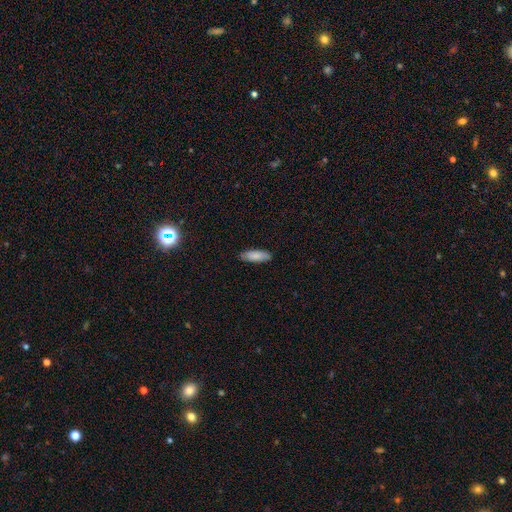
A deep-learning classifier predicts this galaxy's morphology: Smooth or featured? smooth (86%)
How rounded? in between (65%)
Merging? none (84%)